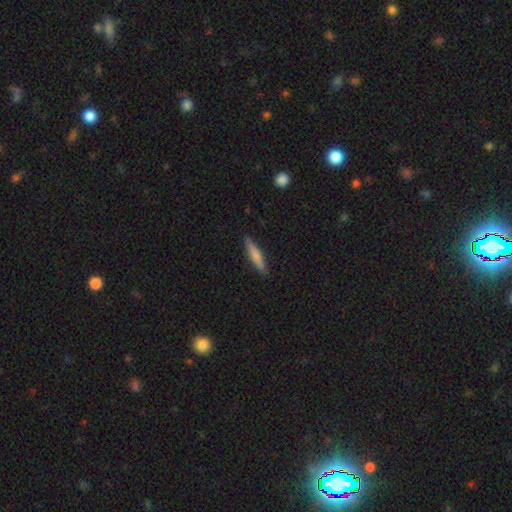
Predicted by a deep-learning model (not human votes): Smooth or featured? Predicted: smooth (p=0.70). How rounded? Predicted: cigar-shaped (p=0.88). Merging? Predicted: none (p=0.89).